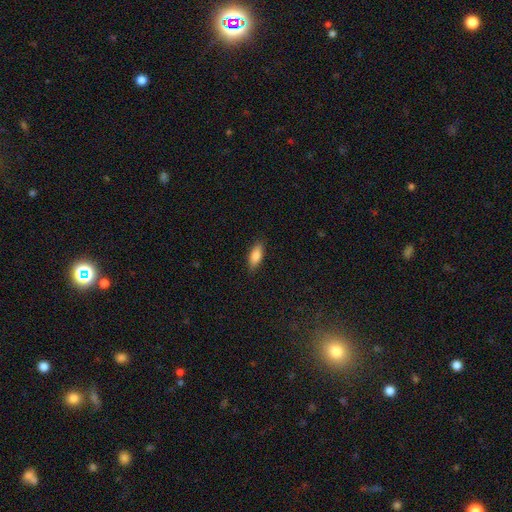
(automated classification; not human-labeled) Smooth or featured?
  - smooth: 82% *
  - featured or disk: 11%
  - star or artifact: 7%
How rounded?
  - in between: 77% *
  - cigar-shaped: 20%
  - round: 3%
Merging?
  - none: 86% *
  - minor disturbance: 10%
  - major disturbance: 2%
  - merger: 1%